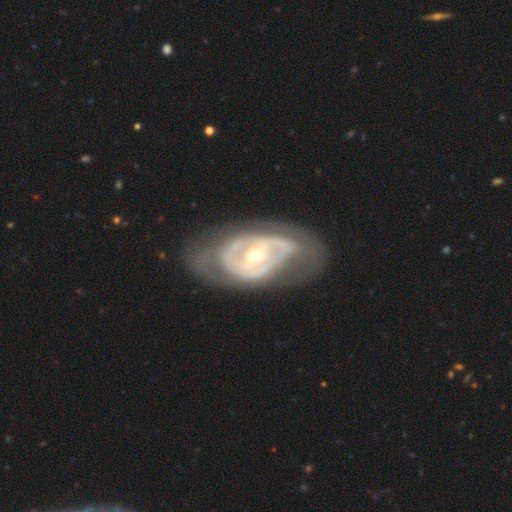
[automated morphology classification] Overall: featured or disk (82%). Edge-on disk: no (93%). Bar: no (40%; weak 33%). Spiral arms: yes (61%; no 39%). Bulge size: small (59%; moderate 37%). Merging: none (62%).